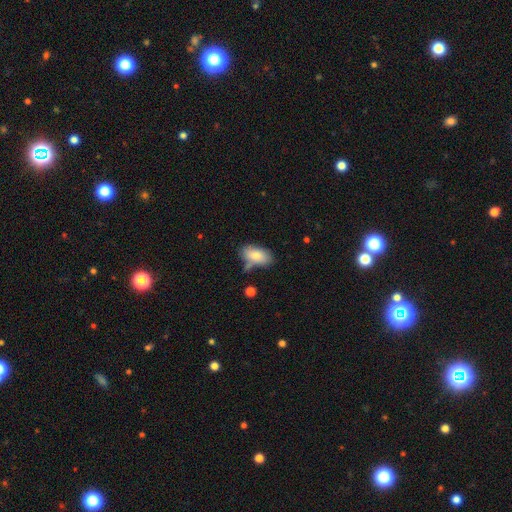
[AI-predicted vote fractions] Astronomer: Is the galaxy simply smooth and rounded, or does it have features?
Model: smooth — 79%.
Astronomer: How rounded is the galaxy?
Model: in between — 93%.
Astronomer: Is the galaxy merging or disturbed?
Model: none — 60%.